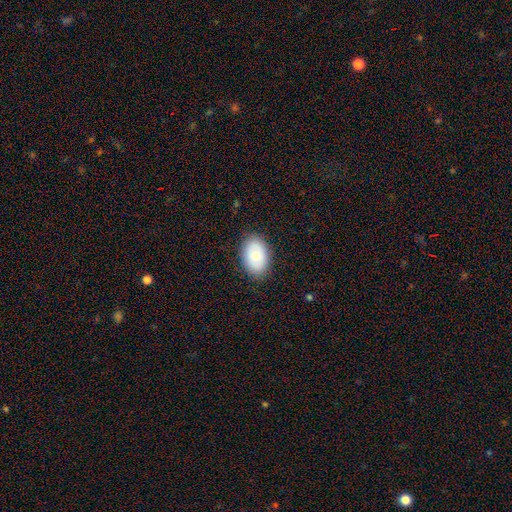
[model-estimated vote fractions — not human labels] smooth-or-featured: smooth: 69% | featured or disk: 24% | star or artifact: 7%
  how-rounded: in between: 86% | round: 13% | cigar-shaped: 1%
  merging: none: 86% | minor disturbance: 10% | major disturbance: 3% | merger: 1%